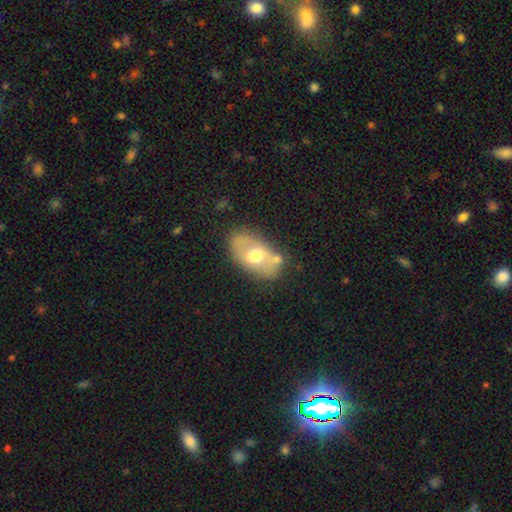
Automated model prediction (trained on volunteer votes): Q: Smooth or featured?
A: smooth (53%); runner-up: featured or disk (40%)
Q: How rounded?
A: in between (88%); runner-up: round (10%)
Q: Merging?
A: none (65%); runner-up: minor disturbance (19%)